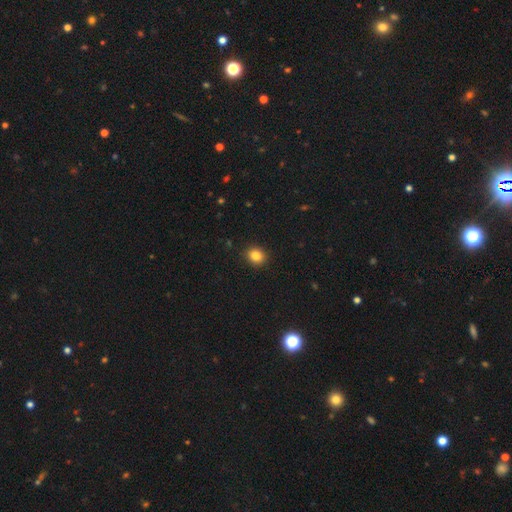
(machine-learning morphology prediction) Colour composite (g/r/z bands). It shows a smooth galaxy with no disk features (84%) that is round (72%). Merging: none (91%).